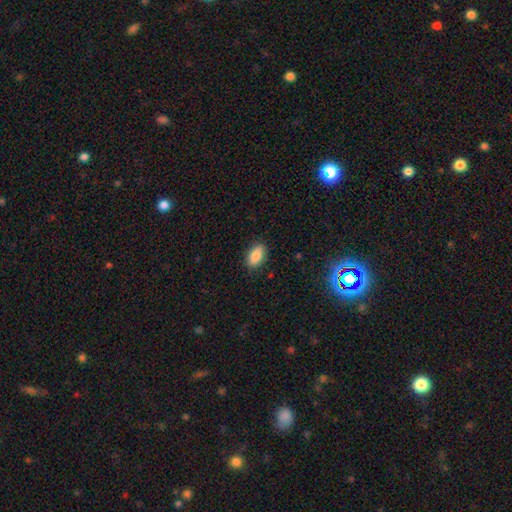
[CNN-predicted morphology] A smooth galaxy with no disk features (86%) that is in between round and cigar-shaped (92%).

Vote fractions:
- Smooth or featured? smooth: 86% / star or artifact: 7% / featured or disk: 7%
- How rounded? in between: 92% / round: 5% / cigar-shaped: 3%
- Merging? none: 86% / minor disturbance: 10% / major disturbance: 2% / merger: 1%